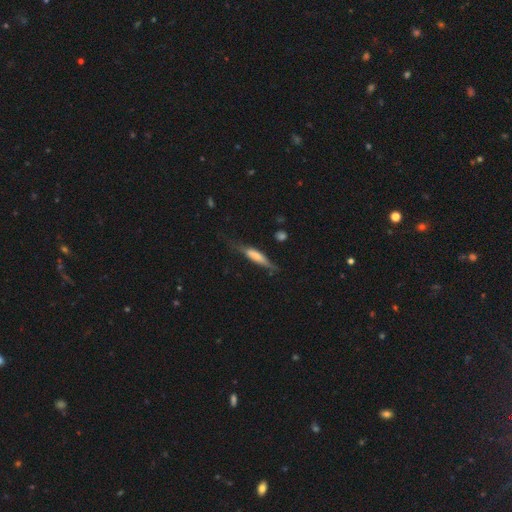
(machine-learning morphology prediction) A smooth galaxy with no disk features (53%) that is cigar-shaped (79%). Merging: none (60%).